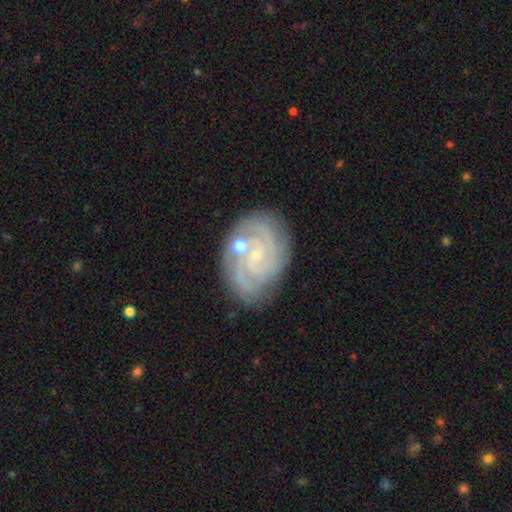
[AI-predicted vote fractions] The model was most divided on "spiral arm count": 3: 31%, 2: 21%, 4: 20%, can't tell: 16%, more than 4: 7%, 1: 6%. More confident: spiral arms — yes (98%); edge-on disk — no (98%); smooth or featured — featured or disk (87%); bulge size — small (78%); merging — none (75%); spiral winding — tight (71%); bar — no (64%).